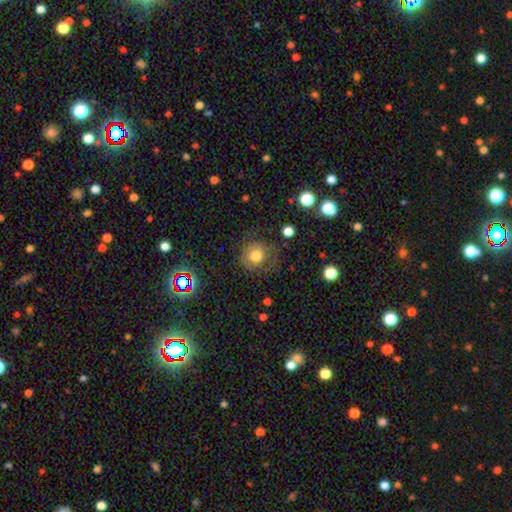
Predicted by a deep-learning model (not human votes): smooth-or-featured: smooth: 67% | featured or disk: 21% | star or artifact: 12%
  how-rounded: round: 87% | in between: 12% | cigar-shaped: 1%
  merging: none: 64% | minor disturbance: 20% | major disturbance: 15% | merger: 2%